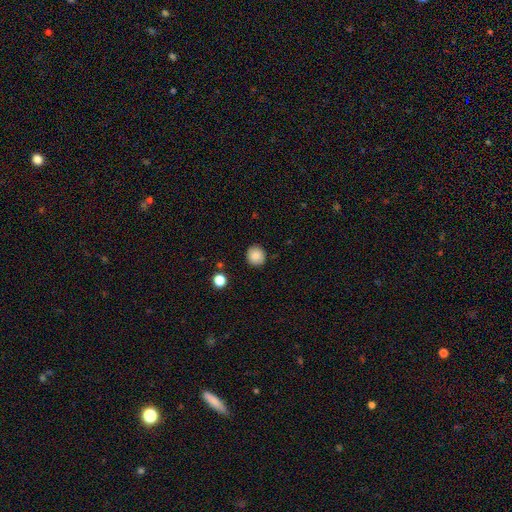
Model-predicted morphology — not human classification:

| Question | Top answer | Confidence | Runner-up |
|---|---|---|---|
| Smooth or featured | smooth | 87% | star or artifact (9%) |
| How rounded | round | 89% | in between (10%) |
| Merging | none | 90% | minor disturbance (7%) |